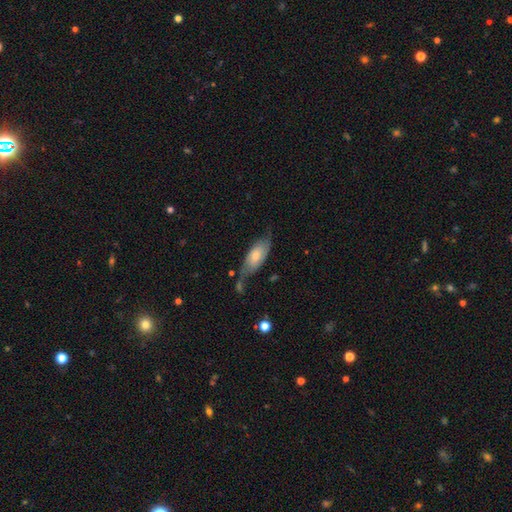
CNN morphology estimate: Overall: smooth (49%; featured or disk 45%). Merging: none (50%; minor disturbance 28%).